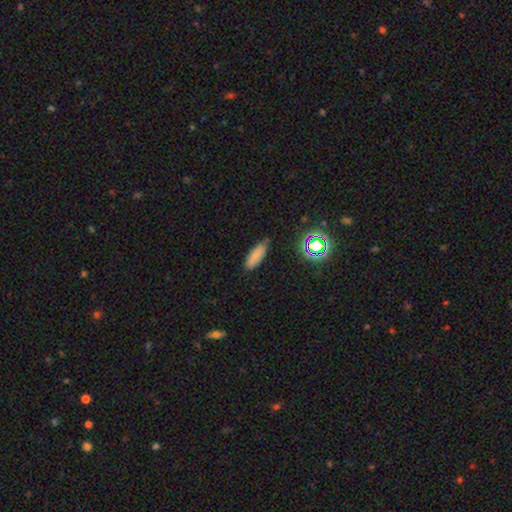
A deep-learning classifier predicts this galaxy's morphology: smooth-or-featured: smooth: 79% | star or artifact: 13% | featured or disk: 8%
  how-rounded: in between: 59% | cigar-shaped: 39% | round: 2%
  merging: none: 79% | minor disturbance: 16% | major disturbance: 3% | merger: 2%